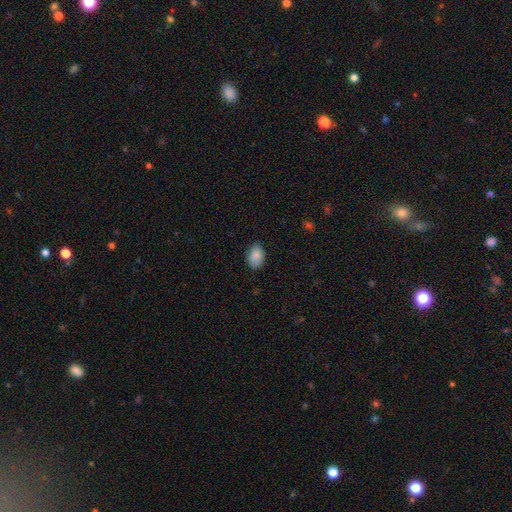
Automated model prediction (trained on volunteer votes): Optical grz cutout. It shows a smooth galaxy with no disk features (88%) that is in between round and cigar-shaped (86%). Merging: none (80%).